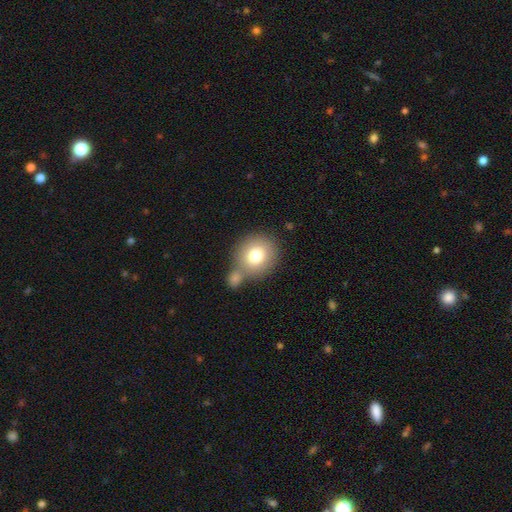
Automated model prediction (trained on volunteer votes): This appears to be a smooth galaxy with no disk features (76%) that is round (82%). Merging: none (54%).